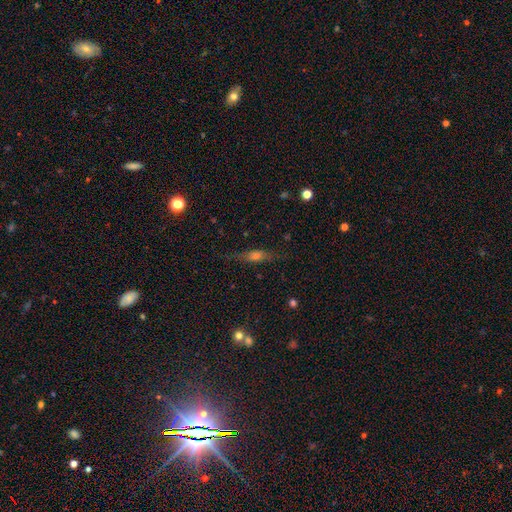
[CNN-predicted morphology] Smooth or featured? Predicted: featured or disk (p=0.52). Edge-on disk? Predicted: yes (p=0.89). Merging? Predicted: none (p=0.79).